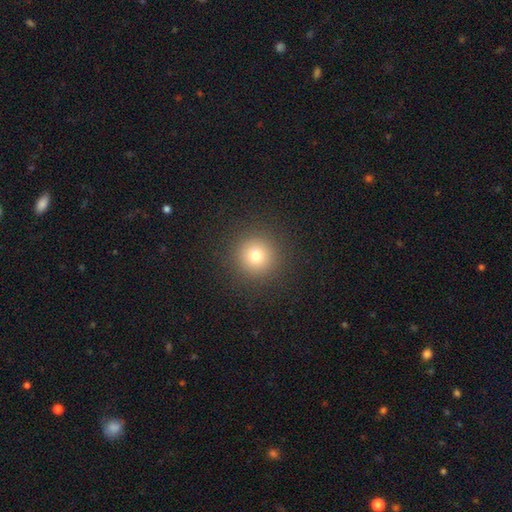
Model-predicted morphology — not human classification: type=smooth (76%); roundness=round (95%); merging=none (91%).